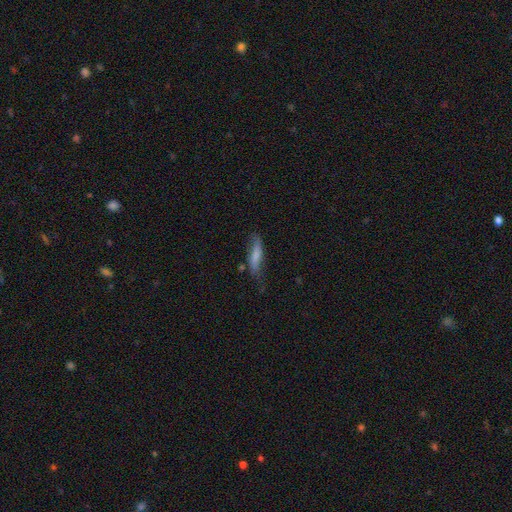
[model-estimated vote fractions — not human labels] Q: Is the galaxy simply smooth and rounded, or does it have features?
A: smooth — 71%.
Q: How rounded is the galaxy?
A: cigar-shaped — 65%.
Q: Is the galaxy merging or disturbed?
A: none — 55%.